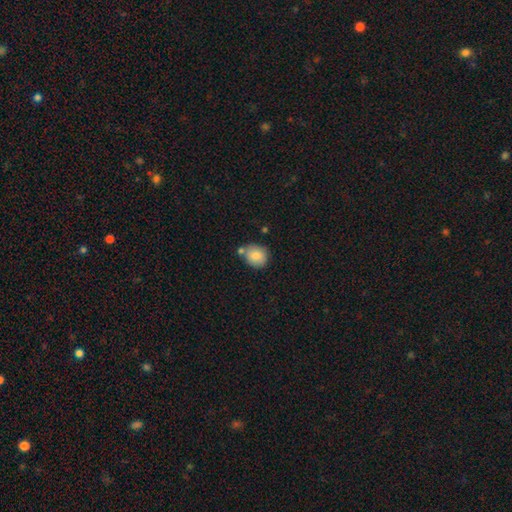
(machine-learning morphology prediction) smooth-or-featured: smooth: 84% | featured or disk: 8% | star or artifact: 8%
  how-rounded: round: 74% | in between: 25% | cigar-shaped: 1%
  merging: none: 64% | merger: 17% | minor disturbance: 16% | major disturbance: 4%